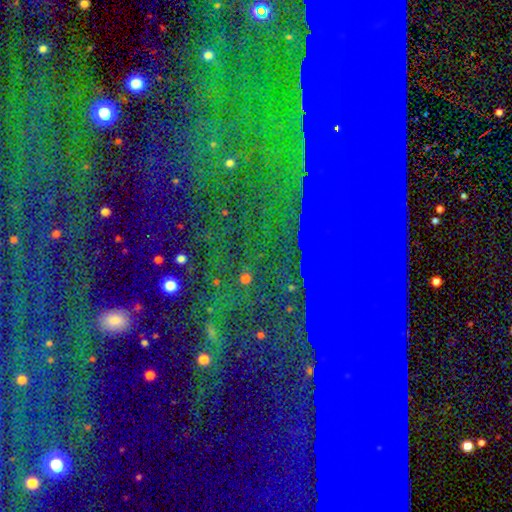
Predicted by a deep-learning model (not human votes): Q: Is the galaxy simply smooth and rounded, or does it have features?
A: star or artifact — 80%.